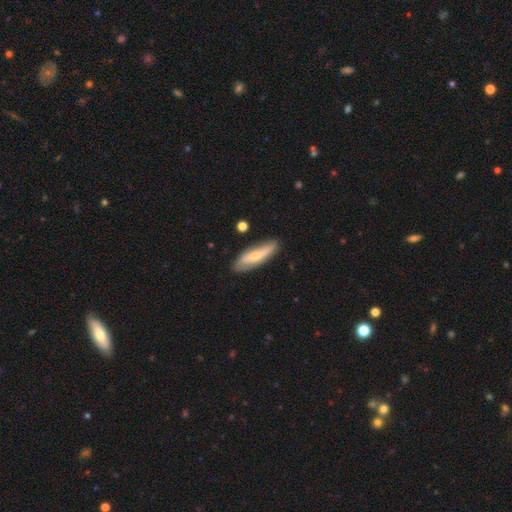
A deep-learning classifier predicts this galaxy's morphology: A smooth galaxy with no disk features (50%) that is cigar-shaped (59%).

Vote fractions:
- Smooth or featured? smooth: 50% / featured or disk: 44% / star or artifact: 6%
- How rounded? cigar-shaped: 59% / in between: 39% / round: 2%
- Merging? none: 80% / minor disturbance: 15% / major disturbance: 3% / merger: 2%